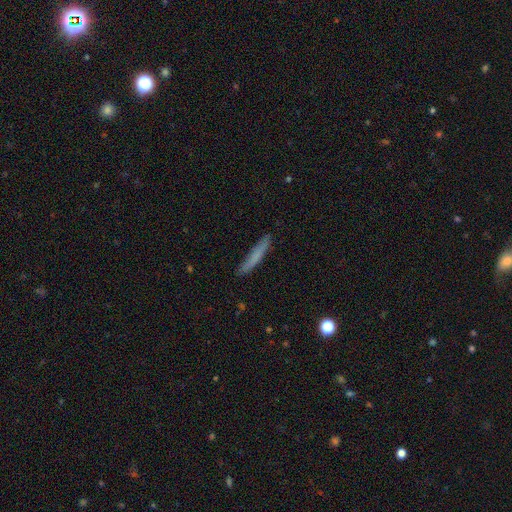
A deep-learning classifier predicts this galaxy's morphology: type=smooth (69%); roundness=cigar-shaped (94%); merging=none (85%).